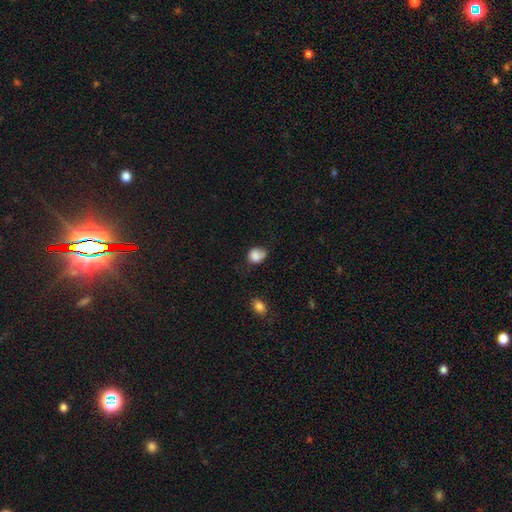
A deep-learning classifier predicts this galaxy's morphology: Smooth or featured?
  - smooth: 81% *
  - featured or disk: 10%
  - star or artifact: 9%
How rounded?
  - round: 52% *
  - in between: 46%
  - cigar-shaped: 1%
Merging?
  - none: 43% *
  - minor disturbance: 36%
  - major disturbance: 14%
  - merger: 6%